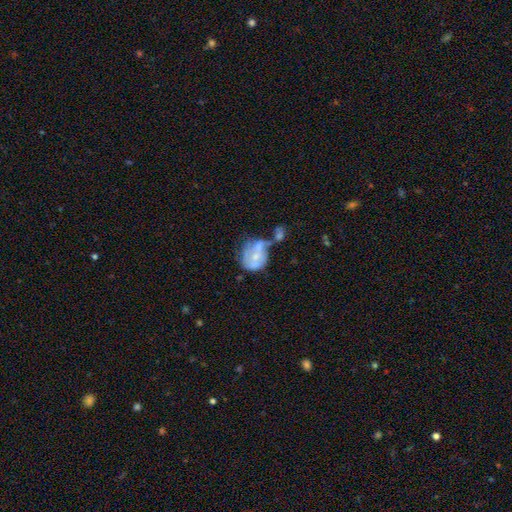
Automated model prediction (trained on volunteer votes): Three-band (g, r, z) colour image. It shows a featured or disk galaxy (51%). Merging: merger (41%).